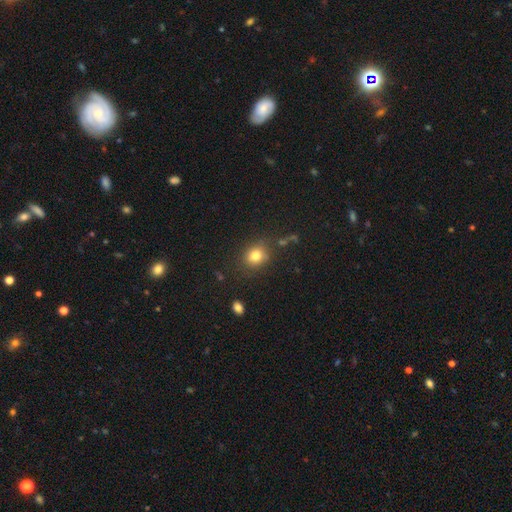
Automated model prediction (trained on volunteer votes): Smooth or featured? Predicted: smooth (p=0.80). How rounded? Predicted: round (p=0.63). Merging? Predicted: none (p=0.78).